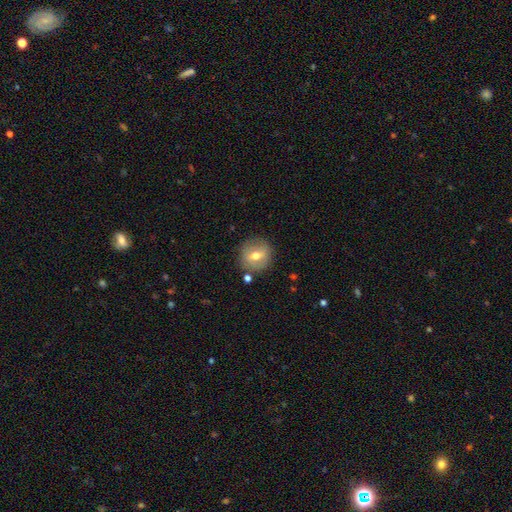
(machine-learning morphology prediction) This is possibly a smooth galaxy (54%). How rounded: clearly round (89%). Merging: clearly none (81%).